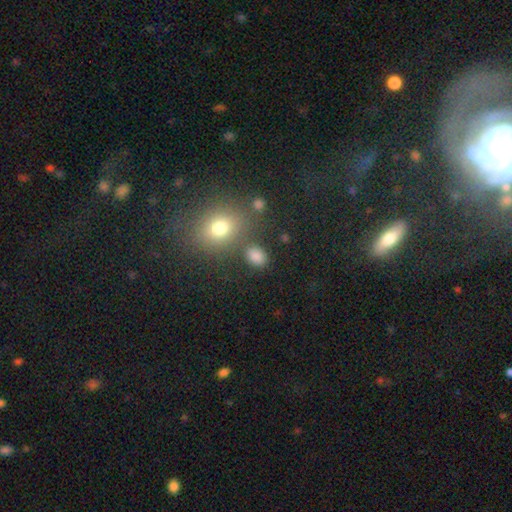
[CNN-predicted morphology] A smooth galaxy with no disk features (80%) that is in between round and cigar-shaped (63%). Merging: none (76%).